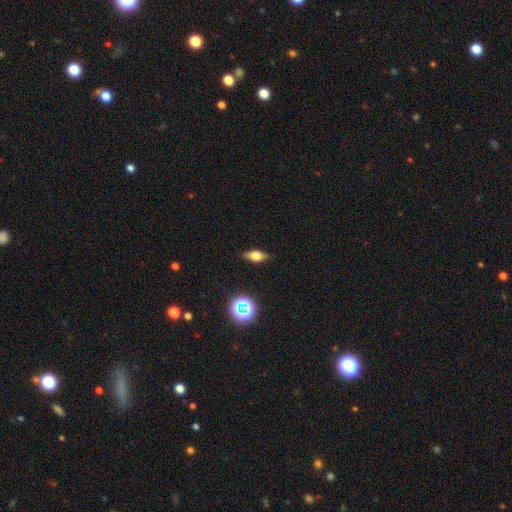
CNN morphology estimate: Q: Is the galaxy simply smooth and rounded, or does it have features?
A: smooth — 57%.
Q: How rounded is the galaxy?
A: in between — 72%.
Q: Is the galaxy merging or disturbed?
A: none — 86%.